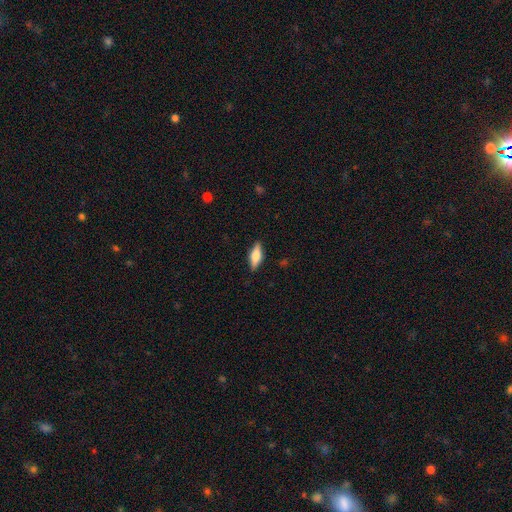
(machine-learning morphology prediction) Smooth or featured?
  - smooth: 63% *
  - featured or disk: 30%
  - star or artifact: 6%
How rounded?
  - in between: 64% *
  - cigar-shaped: 33%
  - round: 3%
Merging?
  - none: 86% *
  - minor disturbance: 10%
  - major disturbance: 2%
  - merger: 1%